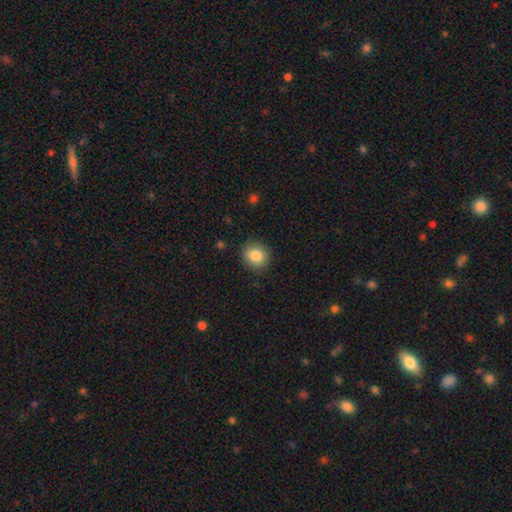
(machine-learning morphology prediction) smooth-or-featured: smooth: 84% | star or artifact: 9% | featured or disk: 6%
  how-rounded: round: 82% | in between: 18% | cigar-shaped: 1%
  merging: none: 88% | minor disturbance: 9% | major disturbance: 2% | merger: 1%